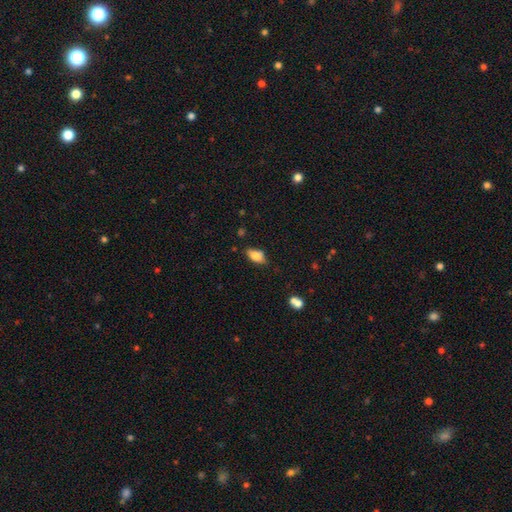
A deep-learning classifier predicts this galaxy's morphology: Smooth or featured: smooth — 79% (featured or disk — 13%)
How rounded: in between — 88% (cigar-shaped — 7%)
Merging: none — 76% (minor disturbance — 18%)